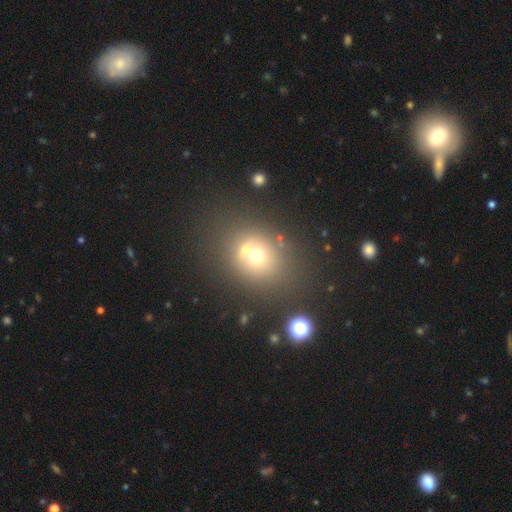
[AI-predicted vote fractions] Morphology: type=smooth (61%); roundness=round (65%); merging=none (53%).